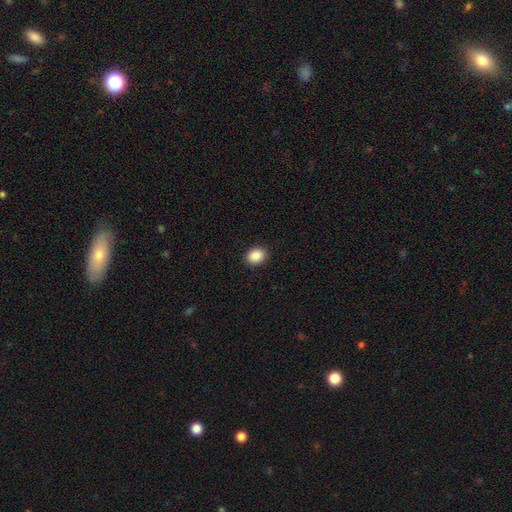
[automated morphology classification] A smooth galaxy with no disk features (90%) that is in between round and cigar-shaped (58%).

Vote fractions:
- Smooth or featured? smooth: 90% / star or artifact: 8% / featured or disk: 3%
- How rounded? in between: 58% / round: 41% / cigar-shaped: 1%
- Merging? none: 91% / minor disturbance: 6% / major disturbance: 2% / merger: 1%